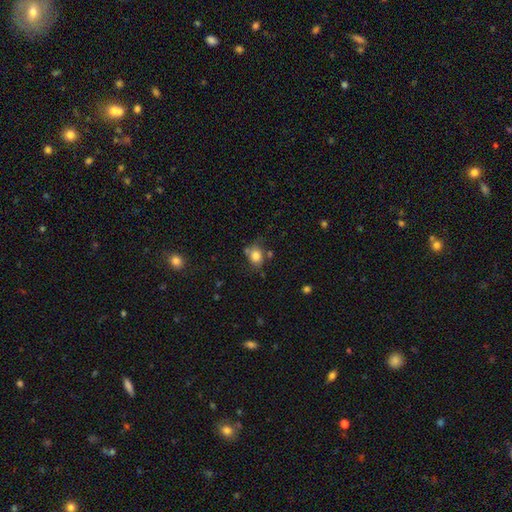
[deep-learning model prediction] smooth_or_featured: smooth (p=0.79) [alt: star or artifact p=0.11]
how_rounded: round (p=0.50) [alt: in between p=0.49]
merging: none (p=0.59) [alt: minor disturbance p=0.23]